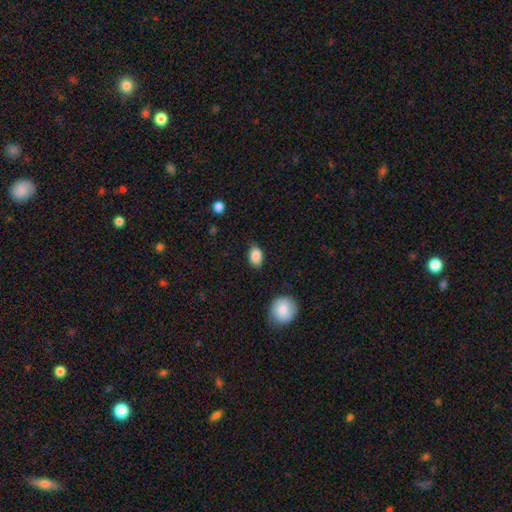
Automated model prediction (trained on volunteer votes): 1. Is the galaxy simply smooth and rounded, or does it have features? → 87% smooth, 7% star or artifact, 5% featured or disk.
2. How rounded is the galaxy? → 85% in between, 13% round, 2% cigar-shaped.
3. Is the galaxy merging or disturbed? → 77% none, 18% minor disturbance, 3% major disturbance, 2% merger.